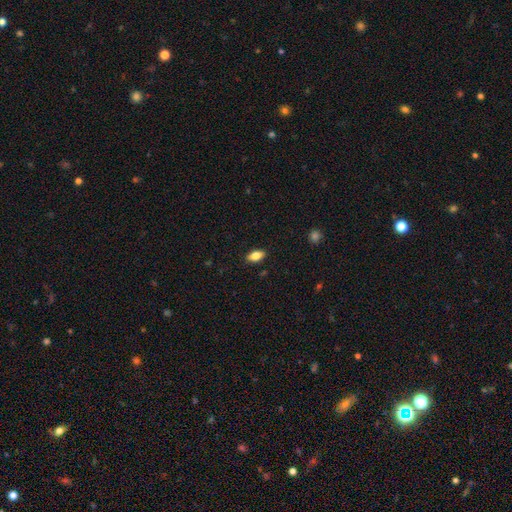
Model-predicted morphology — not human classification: Smooth or featured? Predicted: smooth (p=0.76). How rounded? Predicted: in between (p=0.88). Merging? Predicted: none (p=0.88).